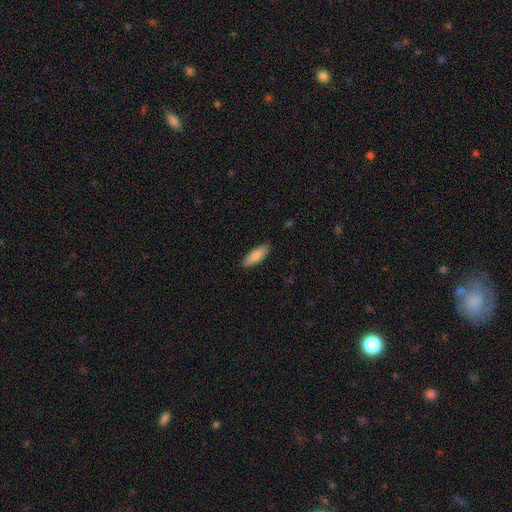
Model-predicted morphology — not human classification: The model was most divided on "how rounded": in between: 58%, cigar-shaped: 41%, round: 2%. More confident: merging — none (87%); smooth or featured — smooth (85%).